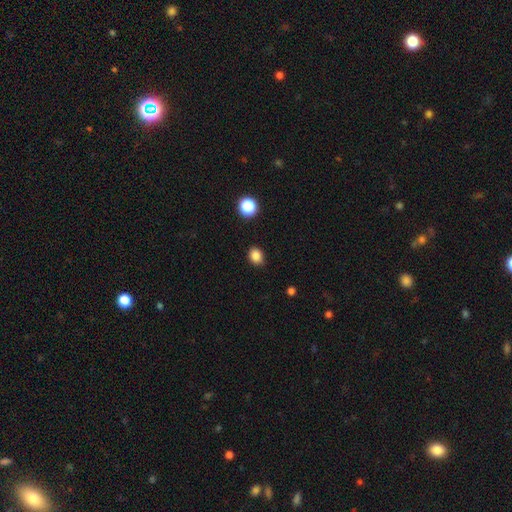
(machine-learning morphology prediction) This appears to be a smooth galaxy with no disk features (85%) that is round (52%). Merging: none (86%).